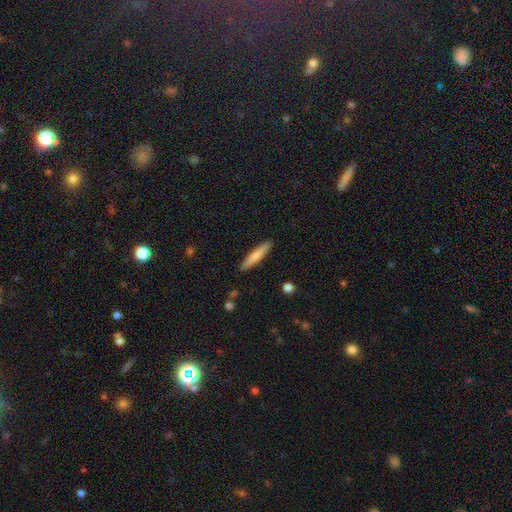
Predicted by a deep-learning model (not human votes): A smooth galaxy with no disk features (70%) that is cigar-shaped (90%). Merging: none (90%).